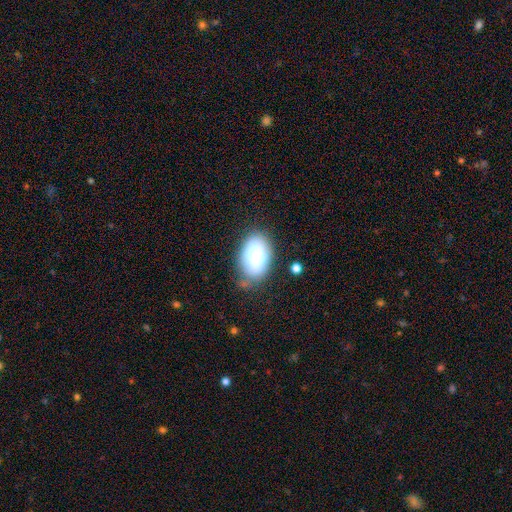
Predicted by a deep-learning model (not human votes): The model was most divided on "merging": none: 52%, minor disturbance: 29%, major disturbance: 11%, merger: 9%. More confident: how rounded — in between (89%); smooth or featured — smooth (72%).